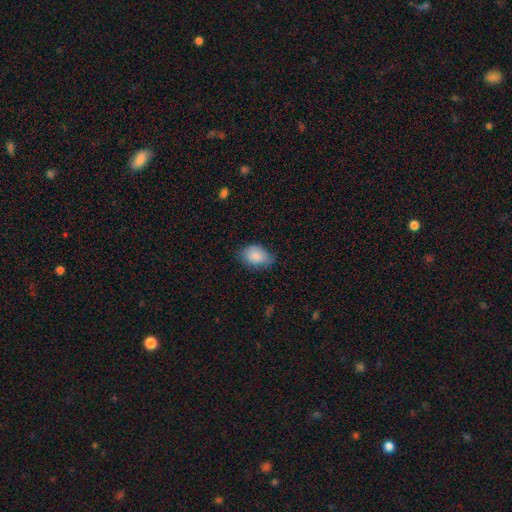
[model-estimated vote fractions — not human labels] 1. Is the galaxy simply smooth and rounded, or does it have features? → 86% smooth, 8% featured or disk, 7% star or artifact.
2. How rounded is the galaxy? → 82% in between, 17% round, 1% cigar-shaped.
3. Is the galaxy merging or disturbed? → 66% none, 28% minor disturbance, 5% major disturbance, 1% merger.